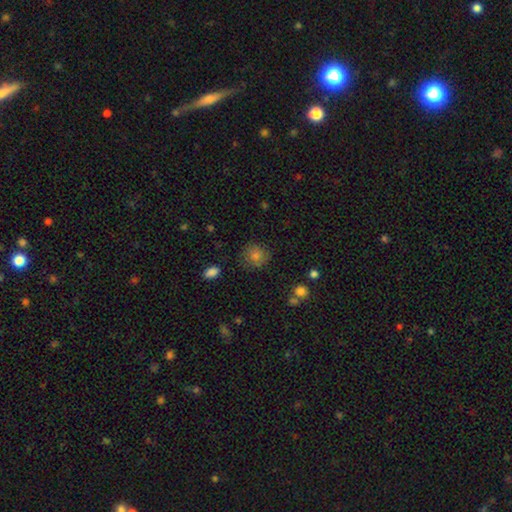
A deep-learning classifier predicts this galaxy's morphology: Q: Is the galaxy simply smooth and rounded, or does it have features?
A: smooth — 77%.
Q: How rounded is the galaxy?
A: round — 86%.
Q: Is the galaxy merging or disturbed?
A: none — 81%.